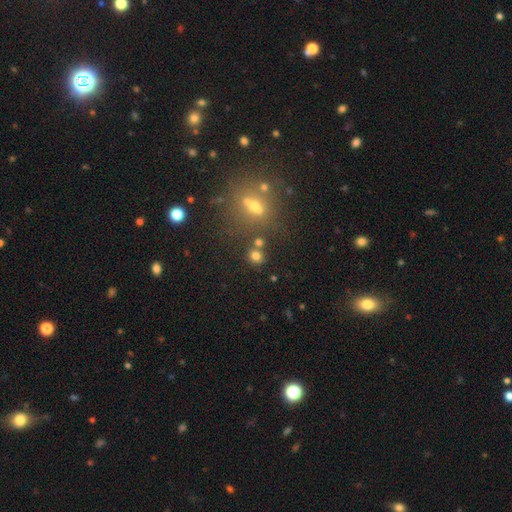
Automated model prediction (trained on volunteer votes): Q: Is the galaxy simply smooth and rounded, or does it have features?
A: smooth — 73%.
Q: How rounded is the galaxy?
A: round — 88%.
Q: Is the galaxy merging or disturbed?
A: none — 72%.